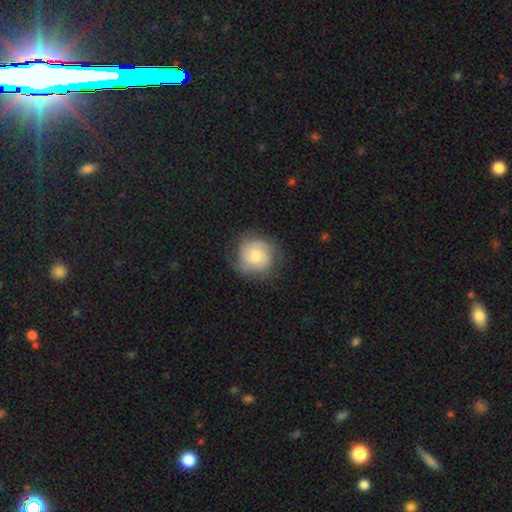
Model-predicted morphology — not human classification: smooth-or-featured: featured or disk: 47% | smooth: 46% | star or artifact: 7%
  merging: none: 69% | minor disturbance: 21% | major disturbance: 9% | merger: 1%